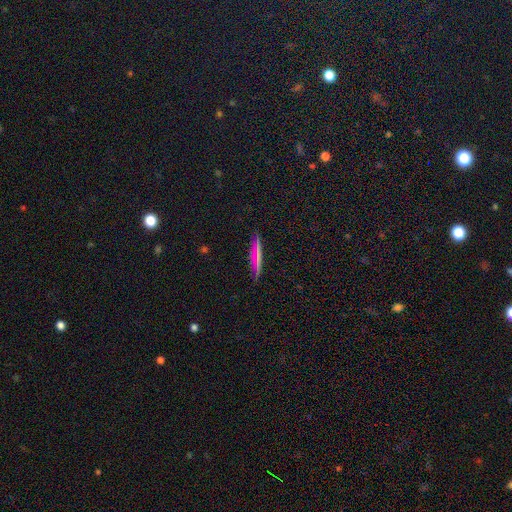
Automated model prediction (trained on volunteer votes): smooth 60%, featured or disk 28%, star or artifact 12%. Down the decision tree: how rounded — cigar-shaped (86%); merging — none (84%).